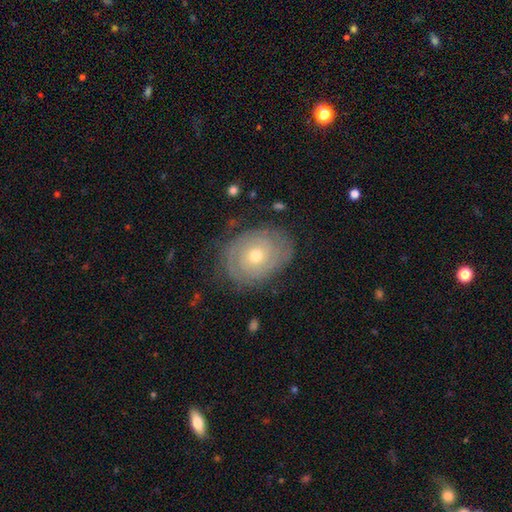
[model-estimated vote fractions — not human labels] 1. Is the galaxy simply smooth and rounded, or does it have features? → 73% featured or disk, 19% smooth, 8% star or artifact.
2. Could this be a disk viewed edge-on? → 96% no, 4% yes.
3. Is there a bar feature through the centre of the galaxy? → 84% no, 13% weak, 3% strong.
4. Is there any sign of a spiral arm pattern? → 83% yes, 17% no.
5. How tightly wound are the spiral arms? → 79% tight, 16% medium, 5% loose.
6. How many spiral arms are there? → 45% can't tell, 31% 2, 11% 3, 5% 4, 5% 1, 4% more than 4.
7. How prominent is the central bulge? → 56% moderate, 41% small, 2% large, 1% dominant, 1% none.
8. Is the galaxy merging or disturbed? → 79% none, 15% minor disturbance, 5% major disturbance, 1% merger.